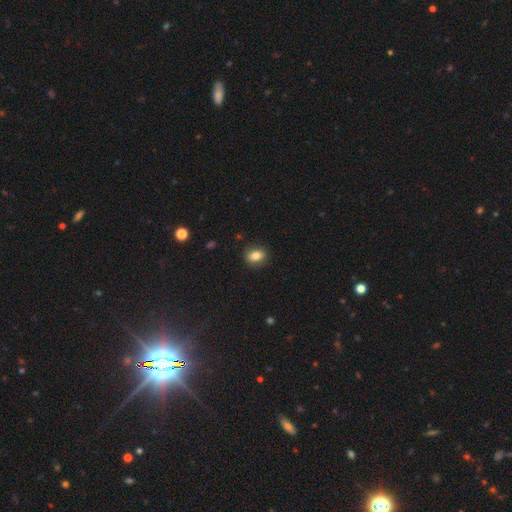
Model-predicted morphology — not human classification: Smooth or featured: smooth — 82% (featured or disk — 9%)
How rounded: in between — 67% (round — 31%)
Merging: none — 86% (minor disturbance — 10%)